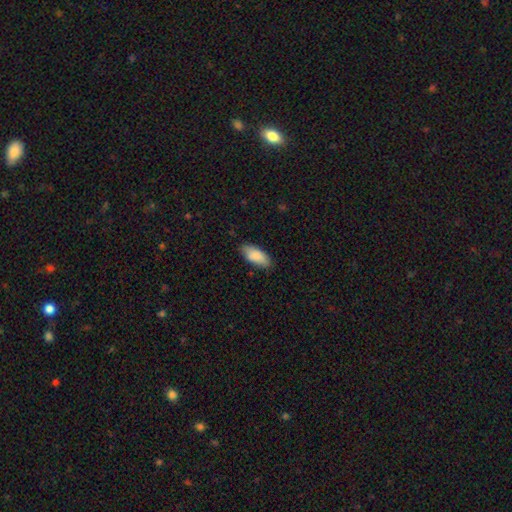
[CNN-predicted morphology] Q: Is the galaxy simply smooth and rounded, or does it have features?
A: smooth — 88%.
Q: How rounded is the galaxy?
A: in between — 86%.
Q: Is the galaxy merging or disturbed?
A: none — 83%.